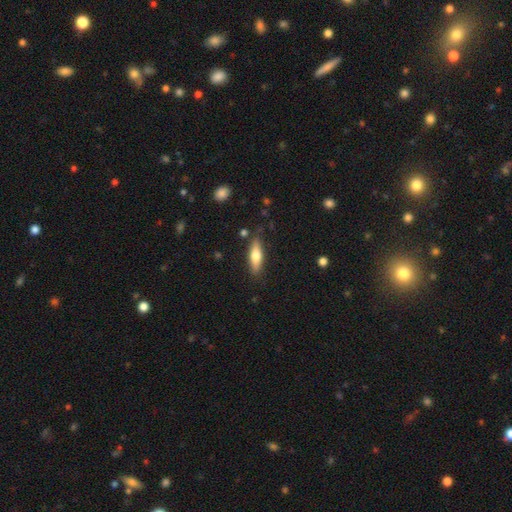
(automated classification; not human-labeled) smooth 66%, featured or disk 28%, star or artifact 6%. Down the decision tree: how rounded — cigar-shaped (52%); merging — none (83%).